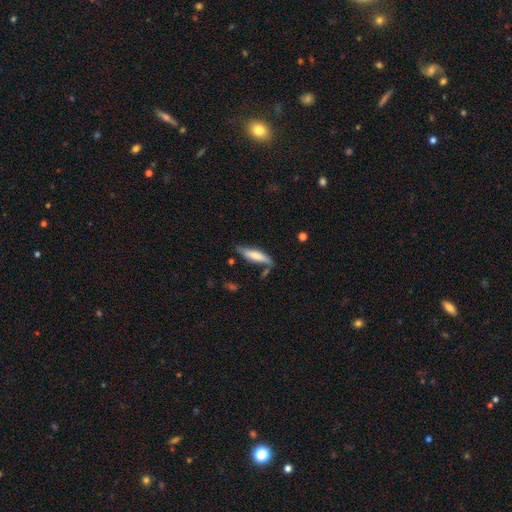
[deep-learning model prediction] smooth 63%, featured or disk 31%, star or artifact 6%. Down the decision tree: how rounded — cigar-shaped (71%); merging — none (65%).